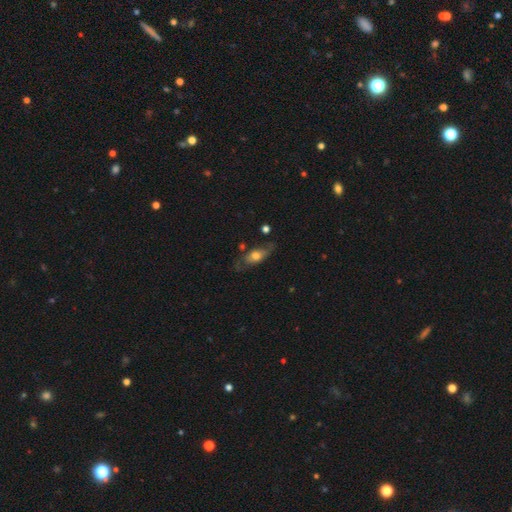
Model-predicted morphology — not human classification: smooth 52%, featured or disk 40%, star or artifact 8%. Down the decision tree: how rounded — in between (73%); merging — none (59%).